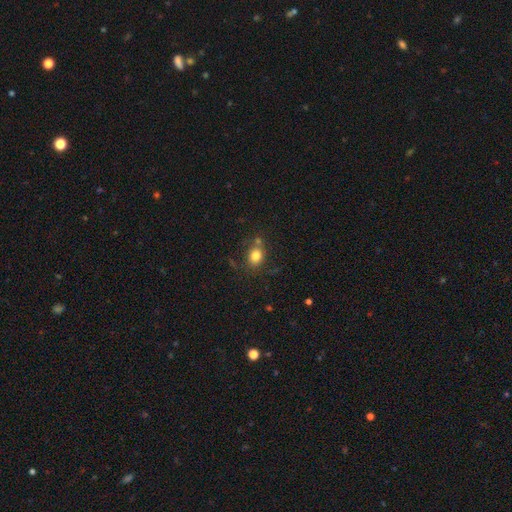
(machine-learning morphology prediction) smooth-or-featured: smooth: 79% | star or artifact: 11% | featured or disk: 9%
  how-rounded: round: 58% | in between: 41% | cigar-shaped: 1%
  merging: none: 68% | minor disturbance: 15% | merger: 12% | major disturbance: 6%